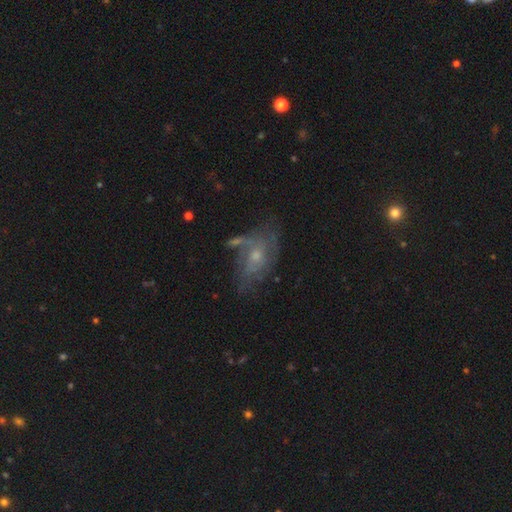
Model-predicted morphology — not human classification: Q: Smooth or featured?
A: featured or disk (68%); runner-up: smooth (22%)
Q: Edge-on disk?
A: no (95%); runner-up: yes (5%)
Q: Bar?
A: no (74%); runner-up: weak (22%)
Q: Spiral arms?
A: yes (73%); runner-up: no (27%)
Q: Bulge size?
A: small (49%); runner-up: moderate (43%)
Q: Merging?
A: none (45%); runner-up: major disturbance (23%)